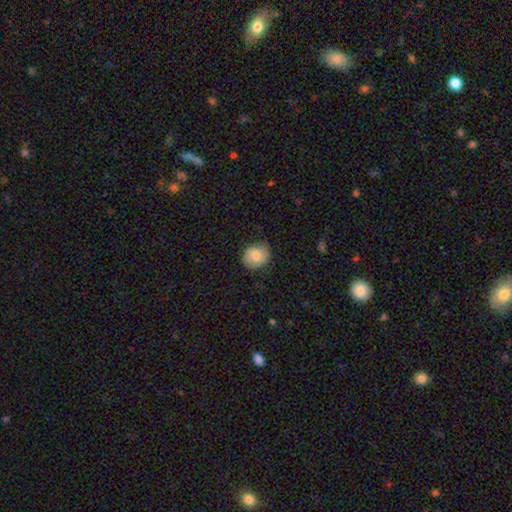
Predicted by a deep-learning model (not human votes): Smooth or featured: smooth — 76% (featured or disk — 17%)
How rounded: round — 75% (in between — 24%)
Merging: none — 74% (minor disturbance — 20%)